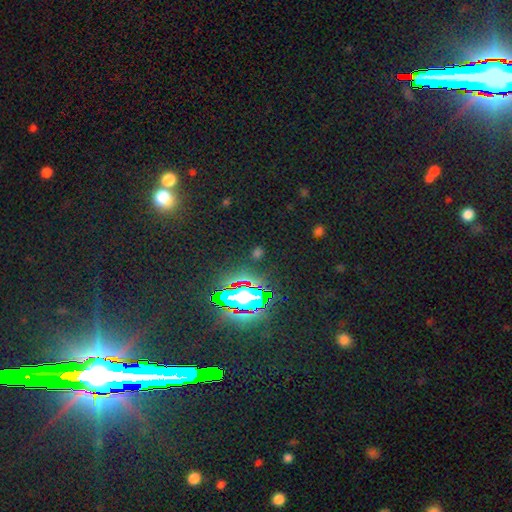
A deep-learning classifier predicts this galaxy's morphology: A star or artifact, not a galaxy (72%).

Vote fractions:
- Smooth or featured? star or artifact: 72% / smooth: 19% / featured or disk: 9%